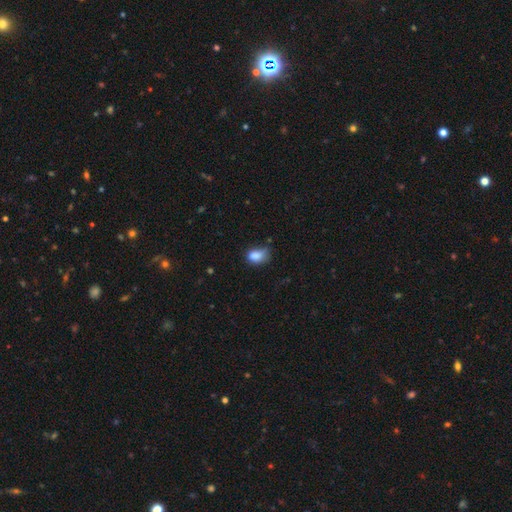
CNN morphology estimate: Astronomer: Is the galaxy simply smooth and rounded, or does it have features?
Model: smooth — 83%.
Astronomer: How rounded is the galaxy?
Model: in between — 76%.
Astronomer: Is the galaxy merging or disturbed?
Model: none — 40% (runner-up: minor disturbance, 39%).